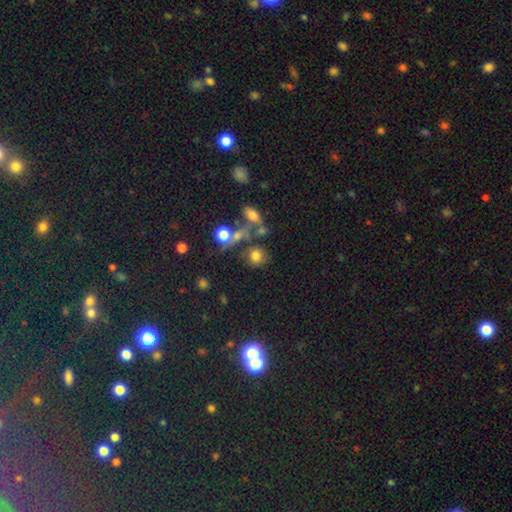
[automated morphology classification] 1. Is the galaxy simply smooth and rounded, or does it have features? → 72% smooth, 16% star or artifact, 12% featured or disk.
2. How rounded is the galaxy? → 77% round, 21% in between, 2% cigar-shaped.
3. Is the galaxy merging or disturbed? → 55% none, 21% merger, 14% minor disturbance, 10% major disturbance.